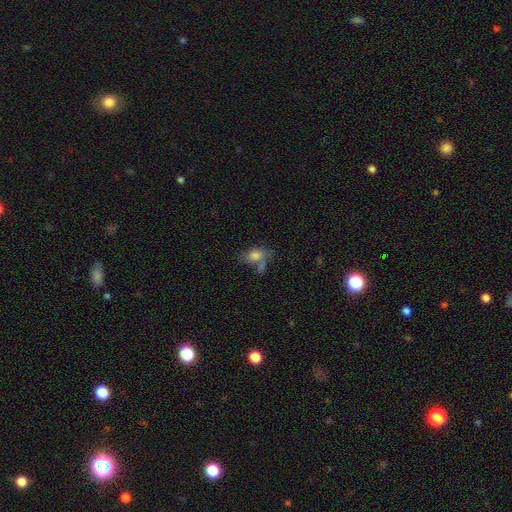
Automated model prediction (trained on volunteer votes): smooth_or_featured: smooth (p=0.71) [alt: featured or disk p=0.18]
how_rounded: in between (p=0.84) [alt: round p=0.11]
merging: none (p=0.39) [alt: merger p=0.27]